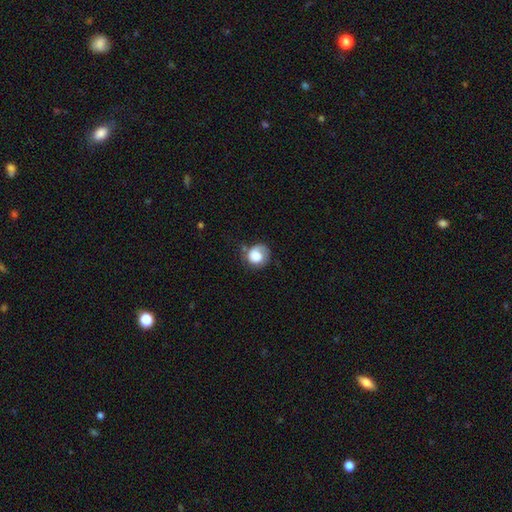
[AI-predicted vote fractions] smooth-or-featured: smooth: 67% | featured or disk: 25% | star or artifact: 8%
  how-rounded: round: 79% | in between: 20% | cigar-shaped: 1%
  merging: none: 47% | minor disturbance: 30% | major disturbance: 19% | merger: 4%